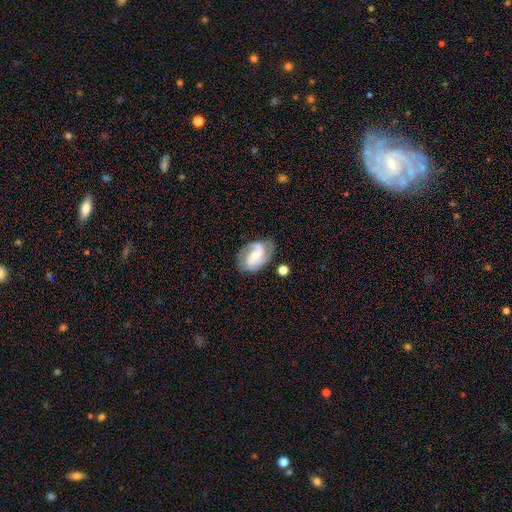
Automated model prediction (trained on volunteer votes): smooth_or_featured: featured or disk (p=0.85) [alt: smooth p=0.10]
disk_edge_on: no (p=0.97) [alt: yes p=0.03]
bar: weak (p=0.43) [alt: no p=0.37]
has_spiral_arms: yes (p=0.97) [alt: no p=0.03]
spiral_winding: medium (p=0.51) [alt: tight p=0.28]
spiral_arm_count: 2 (p=0.58) [alt: 3 p=0.27]
bulge_size: small (p=0.48) [alt: moderate p=0.45]
merging: none (p=0.73) [alt: minor disturbance p=0.18]